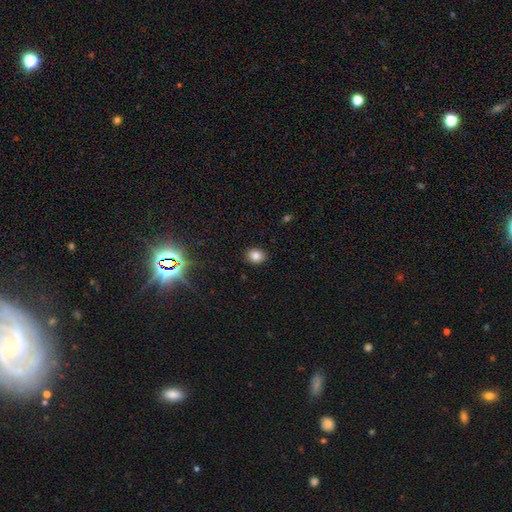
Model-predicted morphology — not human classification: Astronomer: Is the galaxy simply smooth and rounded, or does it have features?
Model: smooth — 81%.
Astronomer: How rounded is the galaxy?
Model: round — 58% (runner-up: in between, 41%).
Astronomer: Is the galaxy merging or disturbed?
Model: none — 90%.